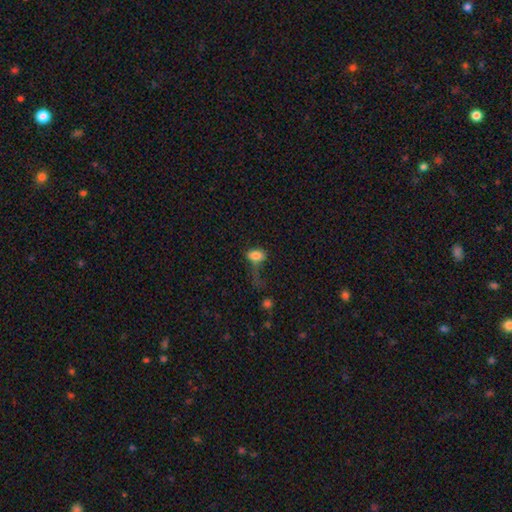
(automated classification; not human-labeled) smooth-or-featured: smooth: 80% | featured or disk: 11% | star or artifact: 9%
  how-rounded: in between: 87% | round: 10% | cigar-shaped: 3%
  merging: major disturbance: 43% | none: 27% | minor disturbance: 20% | merger: 9%